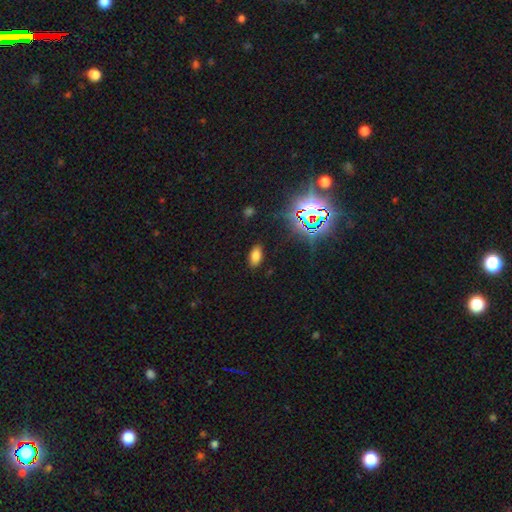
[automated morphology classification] A smooth galaxy with no disk features (72%) that is in between round and cigar-shaped (91%).

Vote fractions:
- Smooth or featured? smooth: 72% / star or artifact: 21% / featured or disk: 7%
- How rounded? in between: 91% / round: 5% / cigar-shaped: 4%
- Merging? none: 87% / minor disturbance: 9% / major disturbance: 3% / merger: 1%